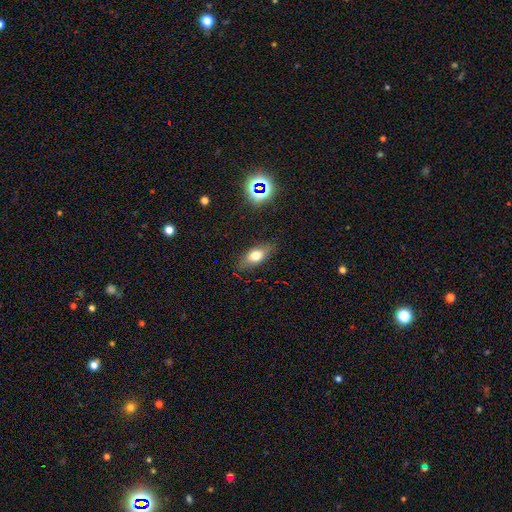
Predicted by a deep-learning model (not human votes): Smooth or featured: smooth — 68% (featured or disk — 21%)
How rounded: in between — 76% (cigar-shaped — 16%)
Merging: none — 82% (minor disturbance — 13%)